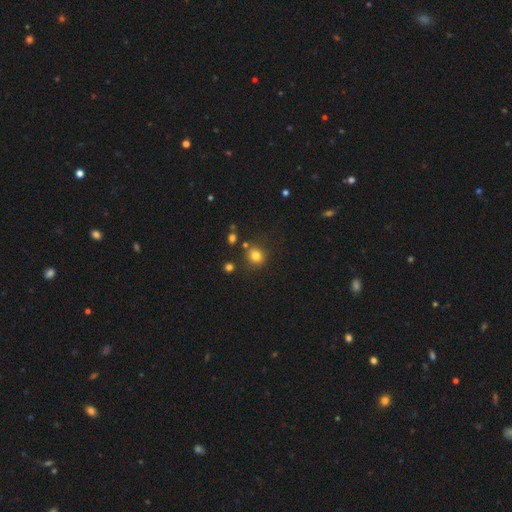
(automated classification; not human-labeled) A smooth galaxy with no disk features (79%) that is round (84%). Merging: none (79%).